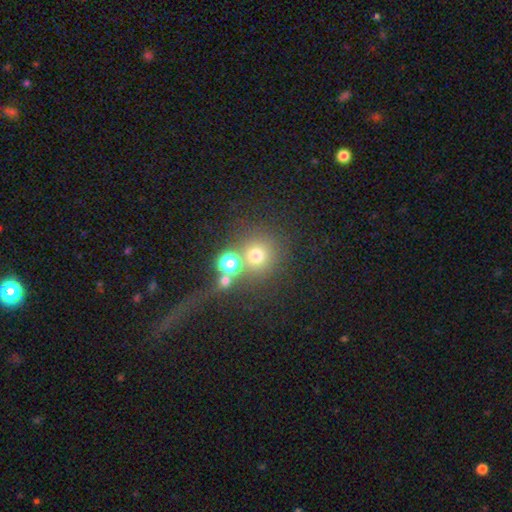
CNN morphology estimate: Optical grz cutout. It shows a smooth galaxy with no disk features (67%) that is round (91%). Merging: none (62%).